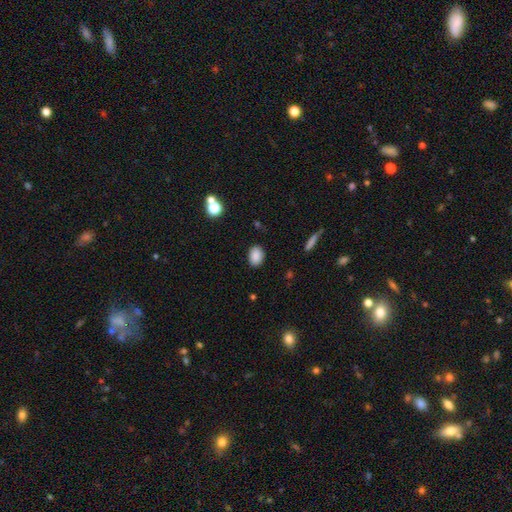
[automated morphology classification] A smooth galaxy with no disk features (88%) that is in between round and cigar-shaped (77%).

Vote fractions:
- Smooth or featured? smooth: 88% / star or artifact: 9% / featured or disk: 4%
- How rounded? in between: 77% / round: 21% / cigar-shaped: 1%
- Merging? none: 88% / minor disturbance: 8% / major disturbance: 2% / merger: 1%